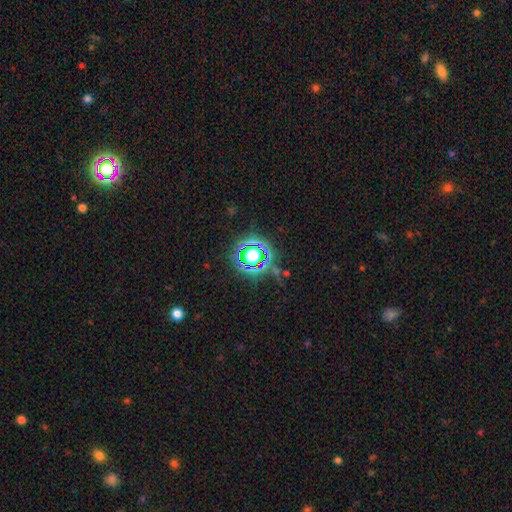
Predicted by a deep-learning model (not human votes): Smooth or featured? Predicted: star or artifact (p=0.63).